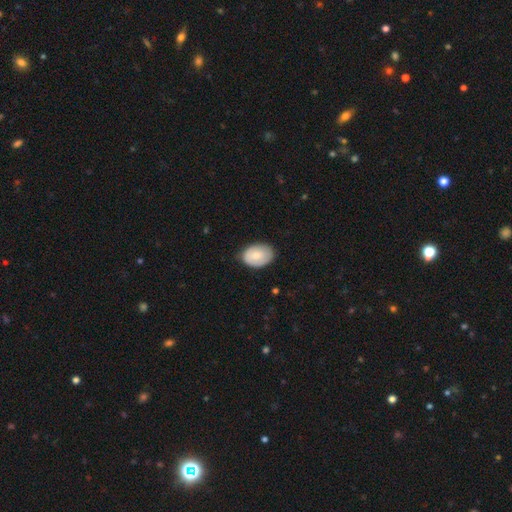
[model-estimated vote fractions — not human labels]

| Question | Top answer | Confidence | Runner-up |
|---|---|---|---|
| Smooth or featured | smooth | 77% | featured or disk (17%) |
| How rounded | in between | 81% | round (18%) |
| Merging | none | 77% | minor disturbance (19%) |